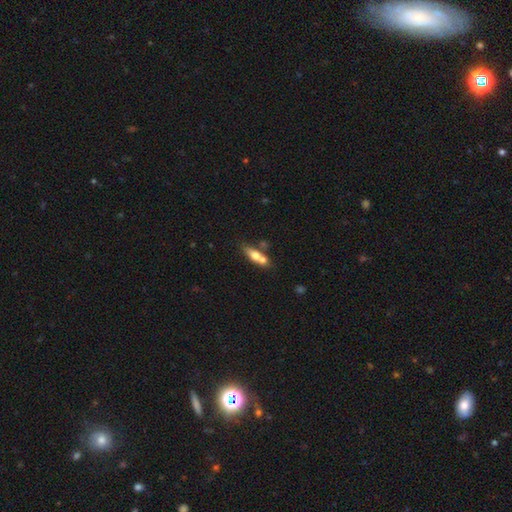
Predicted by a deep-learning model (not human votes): A smooth galaxy with no disk features (62%) that is in between round and cigar-shaped (59%). Merging: merger (44%).